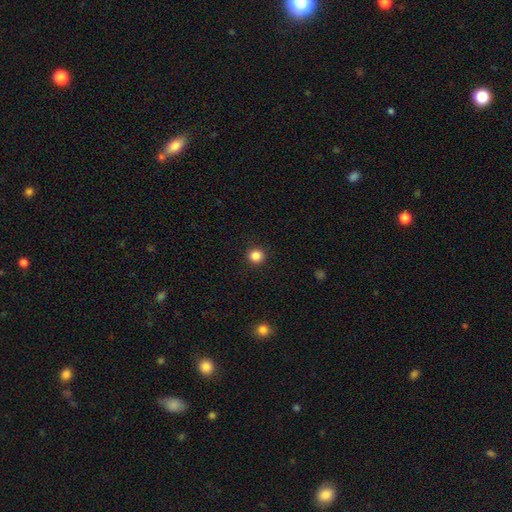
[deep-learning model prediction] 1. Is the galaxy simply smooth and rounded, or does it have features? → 86% smooth, 11% star or artifact, 3% featured or disk.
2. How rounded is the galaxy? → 92% round, 7% in between, 1% cigar-shaped.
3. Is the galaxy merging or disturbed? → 92% none, 5% minor disturbance, 2% major disturbance, 1% merger.